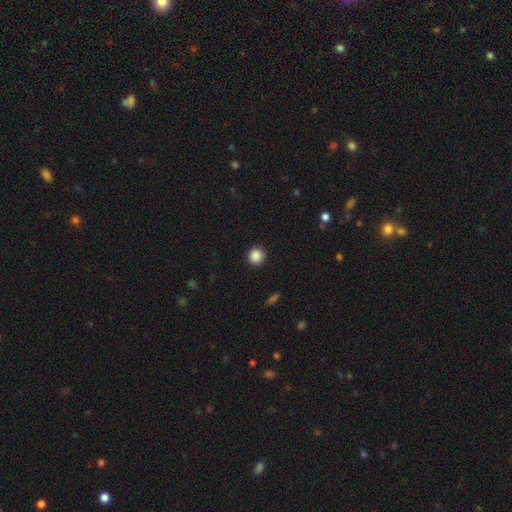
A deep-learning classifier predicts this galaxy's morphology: type=smooth (88%); roundness=round (94%); merging=none (92%).